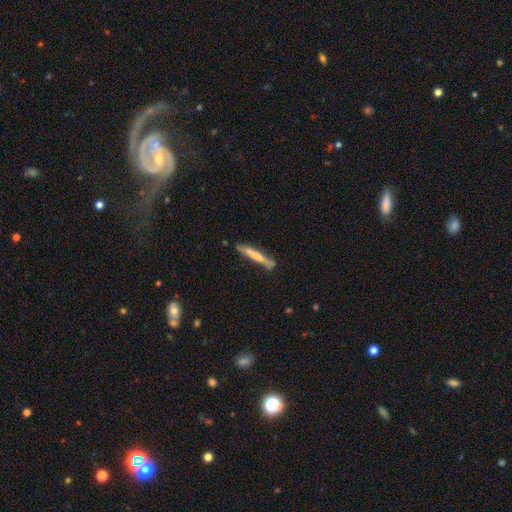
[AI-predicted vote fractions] The model was most divided on "smooth or featured": smooth: 60%, featured or disk: 34%, star or artifact: 6%. More confident: how rounded — cigar-shaped (94%); merging — none (73%).